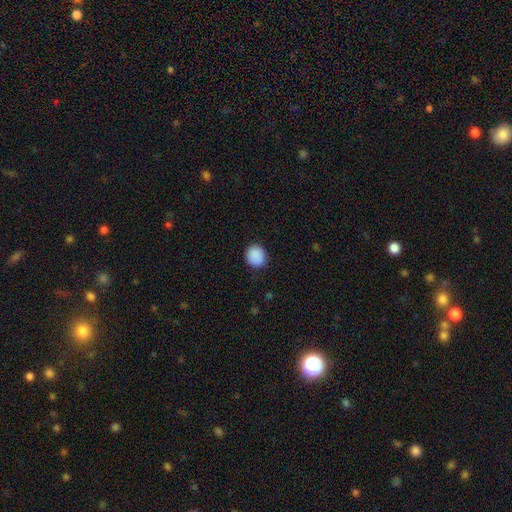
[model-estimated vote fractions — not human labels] This is clearly a smooth galaxy (90%). How rounded: clearly round (84%). Merging: clearly none (89%).